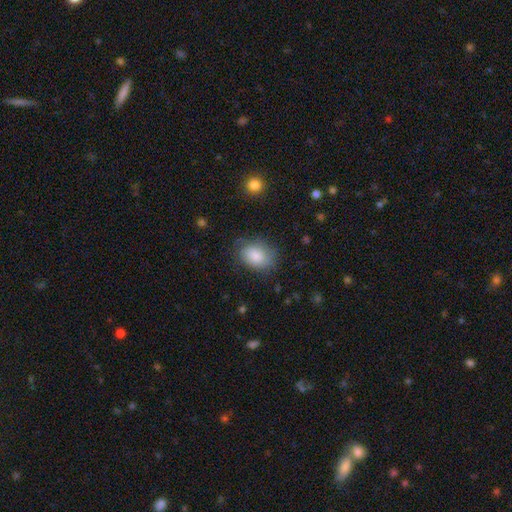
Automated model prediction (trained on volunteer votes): smooth-or-featured: smooth: 81% | featured or disk: 12% | star or artifact: 7%
  how-rounded: in between: 80% | round: 19% | cigar-shaped: 1%
  merging: none: 66% | minor disturbance: 24% | major disturbance: 8% | merger: 1%